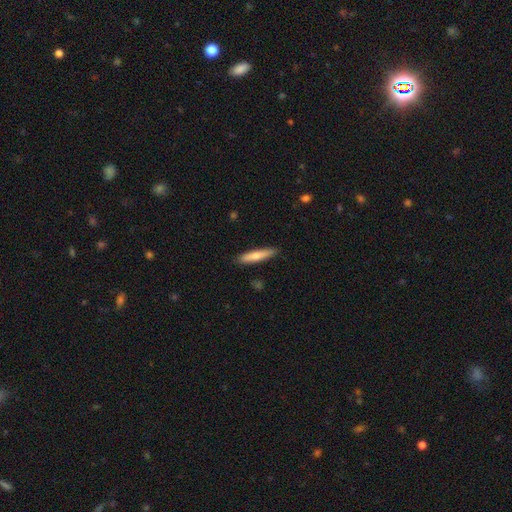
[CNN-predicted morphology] This is likely a smooth galaxy (69%). How rounded: clearly cigar-shaped (87%). Merging: clearly none (88%).